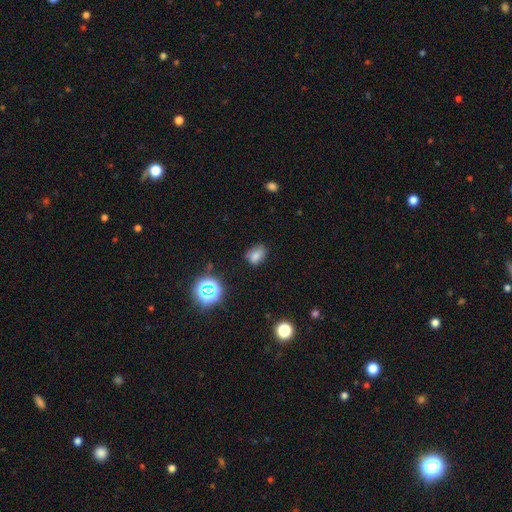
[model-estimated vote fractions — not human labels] Smooth or featured? smooth (73%)
How rounded? in between (70%)
Merging? none (65%)